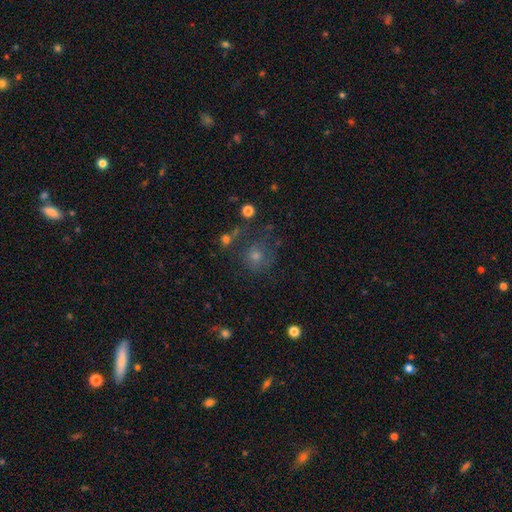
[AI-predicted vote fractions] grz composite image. It shows a smooth galaxy with no disk features (44%). Merging: none (60%).